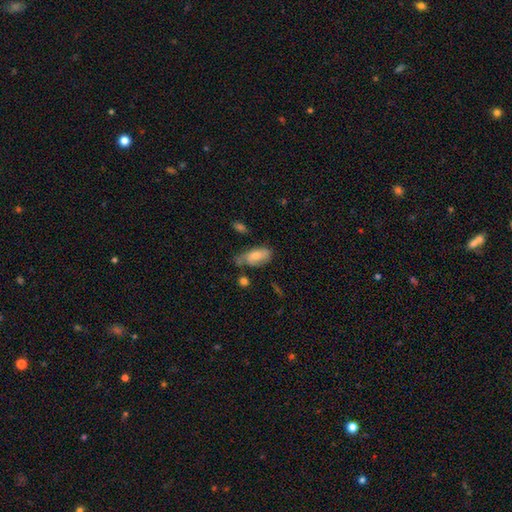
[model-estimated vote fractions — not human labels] Smooth or featured: smooth — 63% (featured or disk — 30%)
How rounded: in between — 90% (cigar-shaped — 6%)
Merging: none — 47% (minor disturbance — 32%)